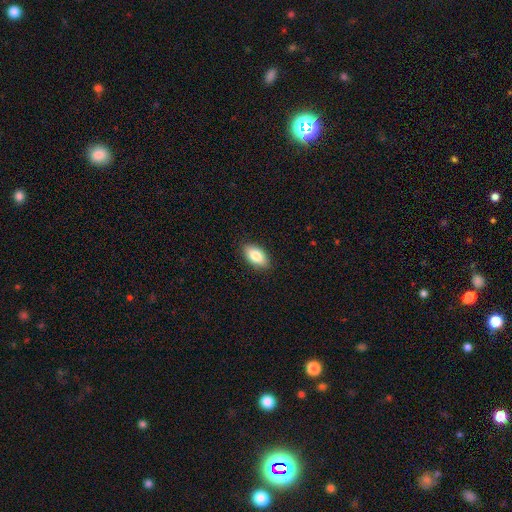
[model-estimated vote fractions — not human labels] Morphology: type=smooth (85%); roundness=in between (92%); merging=none (88%).